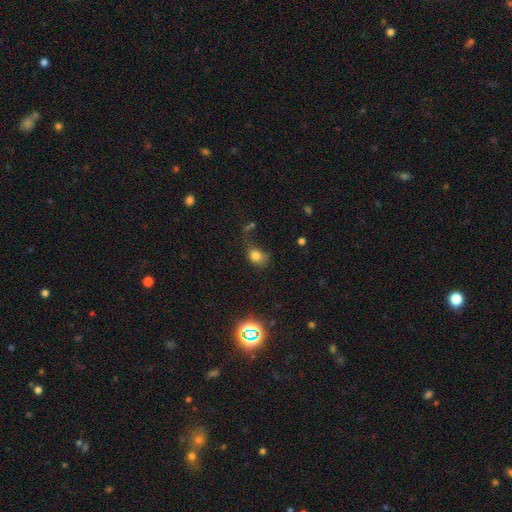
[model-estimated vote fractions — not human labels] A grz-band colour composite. It shows a smooth galaxy with no disk features (76%) that is in between round and cigar-shaped (50%). Merging: none (49%).